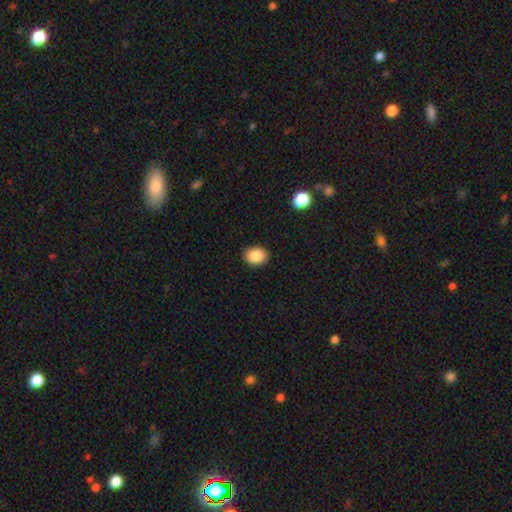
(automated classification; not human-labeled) smooth 87%, star or artifact 9%, featured or disk 4%. Down the decision tree: how rounded — round (50%); merging — none (90%).